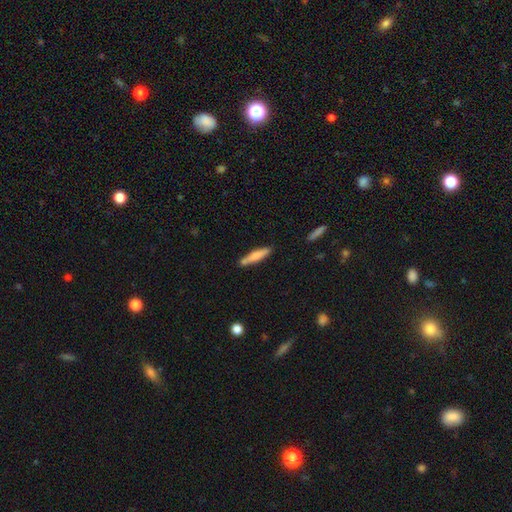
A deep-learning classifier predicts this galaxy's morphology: type=smooth (70%); roundness=cigar-shaped (86%); merging=none (77%).